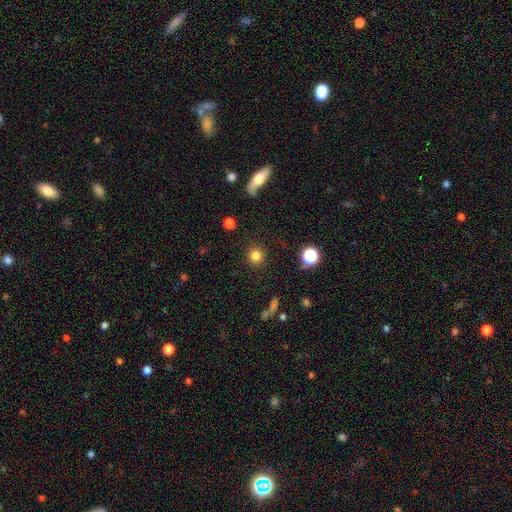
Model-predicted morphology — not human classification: The model was most divided on "smooth or featured": smooth: 81%, star or artifact: 13%, featured or disk: 6%. More confident: how rounded — round (93%); merging — none (90%).